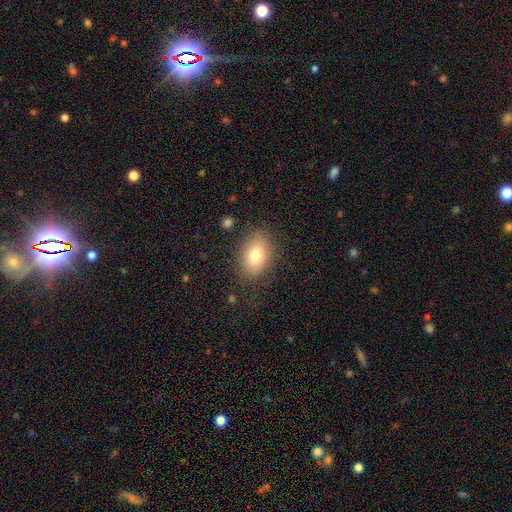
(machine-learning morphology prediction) smooth-or-featured: smooth: 77% | featured or disk: 13% | star or artifact: 9%
  how-rounded: in between: 83% | round: 15% | cigar-shaped: 2%
  merging: none: 80% | minor disturbance: 13% | major disturbance: 5% | merger: 2%